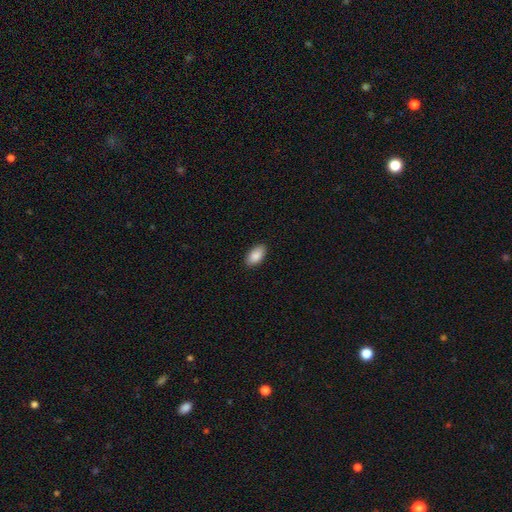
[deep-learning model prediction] A smooth galaxy with no disk features (88%) that is in between round and cigar-shaped (94%).

Vote fractions:
- Smooth or featured? smooth: 88% / star or artifact: 6% / featured or disk: 5%
- How rounded? in between: 94% / cigar-shaped: 3% / round: 3%
- Merging? none: 89% / minor disturbance: 9% / major disturbance: 2% / merger: 1%